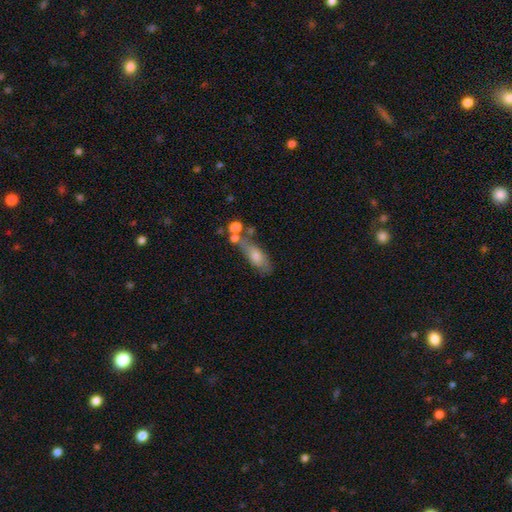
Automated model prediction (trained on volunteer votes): Overall: smooth (62%; featured or disk 29%). How rounded: in between (56%; cigar-shaped 39%). Merging: none (41%; merger 24%).